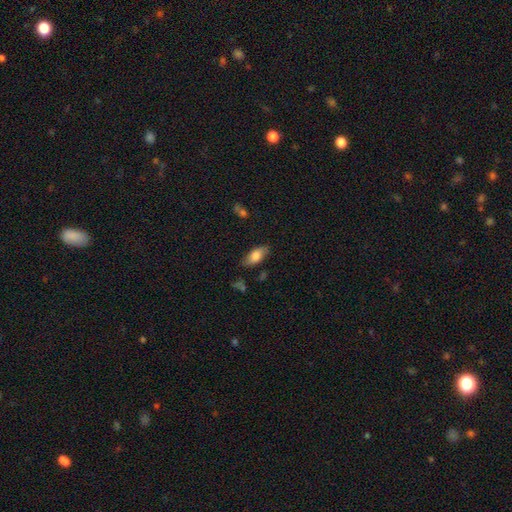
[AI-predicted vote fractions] smooth 73%, featured or disk 20%, star or artifact 7%. Down the decision tree: how rounded — in between (84%); merging — none (77%).